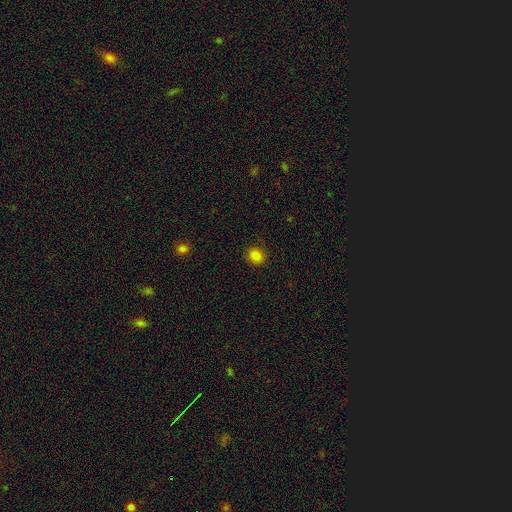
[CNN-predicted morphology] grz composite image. It shows a smooth galaxy with no disk features (83%) that is round (69%). Merging: none (88%).